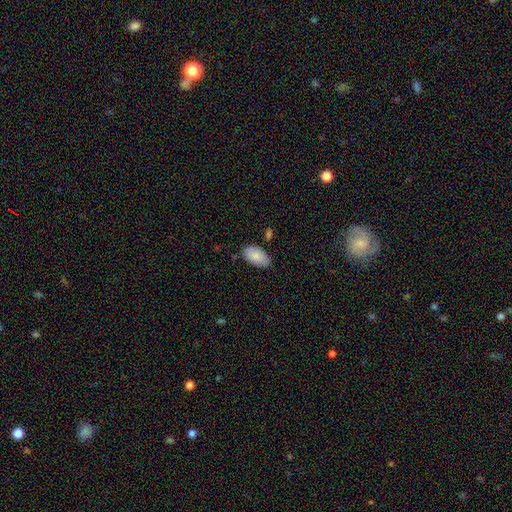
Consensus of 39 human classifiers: Morphology: type=smooth (85%); roundness=in between (97%); merging=none (78%).